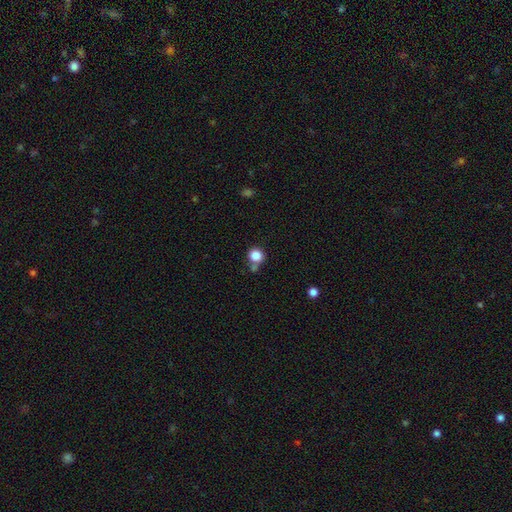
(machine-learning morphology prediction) smooth_or_featured: smooth (p=0.85) [alt: star or artifact p=0.11]
how_rounded: round (p=0.86) [alt: in between p=0.14]
merging: none (p=0.62) [alt: merger p=0.19]